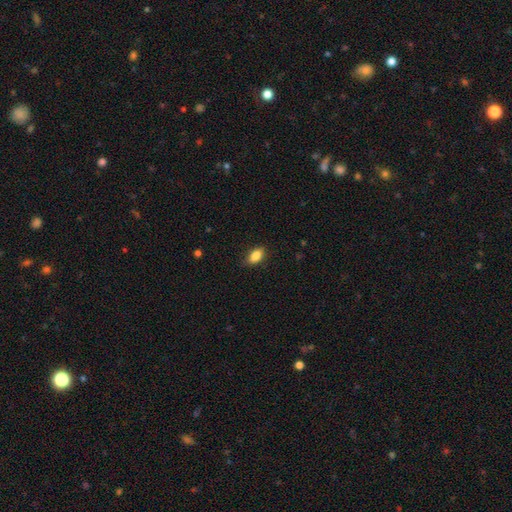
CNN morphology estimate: smooth_or_featured: smooth (p=0.87) [alt: star or artifact p=0.08]
how_rounded: in between (p=0.88) [alt: round p=0.08]
merging: none (p=0.82) [alt: minor disturbance p=0.14]